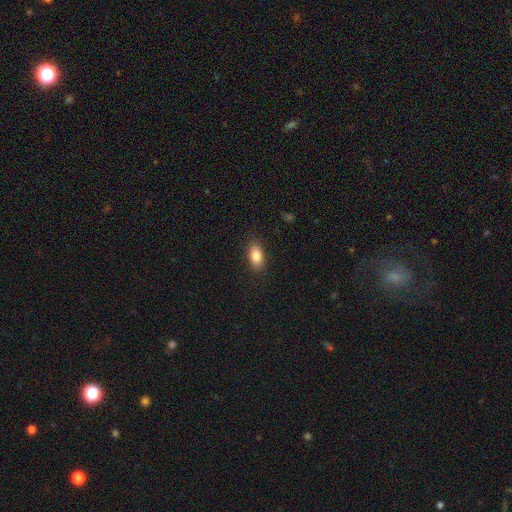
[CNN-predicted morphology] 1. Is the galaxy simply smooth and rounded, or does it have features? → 84% smooth, 9% featured or disk, 8% star or artifact.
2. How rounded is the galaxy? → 88% in between, 6% cigar-shaped, 6% round.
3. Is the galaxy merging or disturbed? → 86% none, 10% minor disturbance, 3% major disturbance, 1% merger.